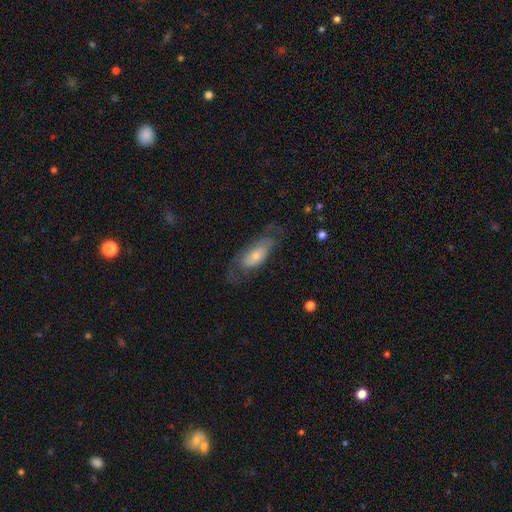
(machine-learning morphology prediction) Smooth or featured: featured or disk — 49% (smooth — 44%)
Merging: none — 59% (minor disturbance — 23%)